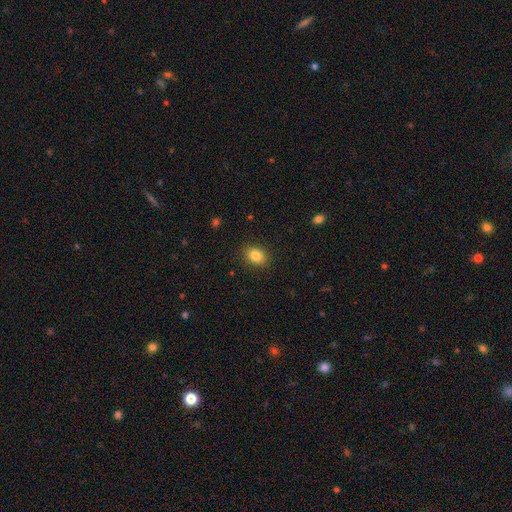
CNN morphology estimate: type=smooth (83%); roundness=in between (62%); merging=none (89%).